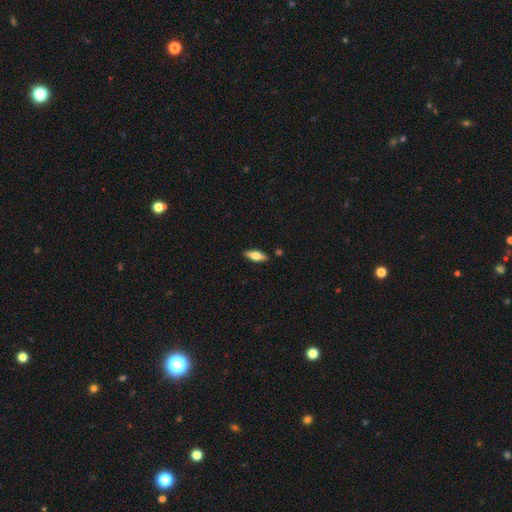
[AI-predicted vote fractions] Smooth or featured: smooth — 65% (featured or disk — 29%)
How rounded: in between — 67% (cigar-shaped — 31%)
Merging: none — 86% (minor disturbance — 9%)